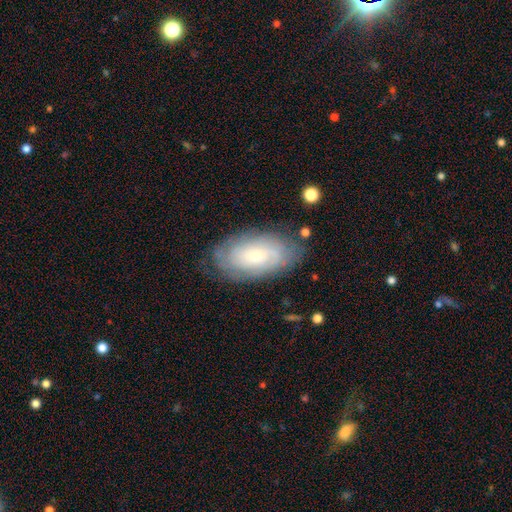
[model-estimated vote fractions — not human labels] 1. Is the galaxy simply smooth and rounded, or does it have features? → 62% featured or disk, 31% smooth, 7% star or artifact.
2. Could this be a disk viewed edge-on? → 93% no, 7% yes.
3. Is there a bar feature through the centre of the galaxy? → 72% no, 23% weak, 5% strong.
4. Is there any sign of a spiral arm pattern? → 85% yes, 15% no.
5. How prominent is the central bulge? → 65% small, 28% moderate, 3% large, 2% none, 1% dominant.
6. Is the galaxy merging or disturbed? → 76% none, 17% minor disturbance, 5% major disturbance, 2% merger.